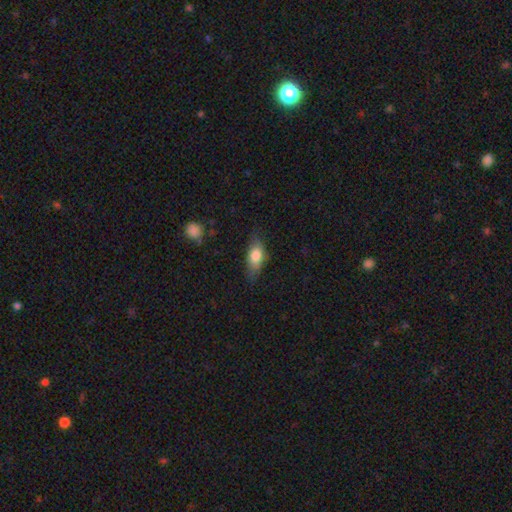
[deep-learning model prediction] Smooth or featured: smooth — 75% (featured or disk — 18%)
How rounded: in between — 78% (cigar-shaped — 17%)
Merging: none — 73% (minor disturbance — 21%)